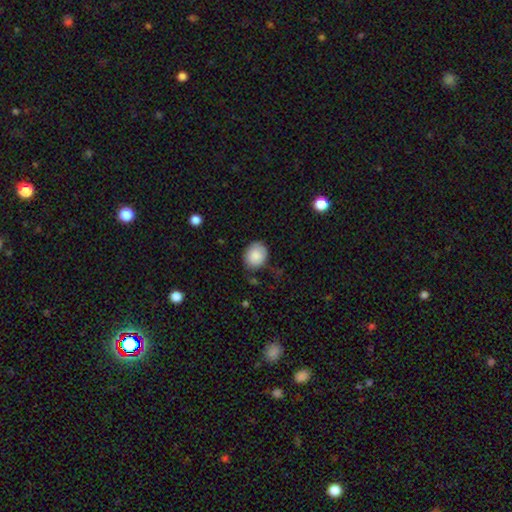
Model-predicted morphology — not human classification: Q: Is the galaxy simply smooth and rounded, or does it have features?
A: smooth — 86%.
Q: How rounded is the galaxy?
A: round — 62%.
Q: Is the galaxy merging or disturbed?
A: none — 77%.